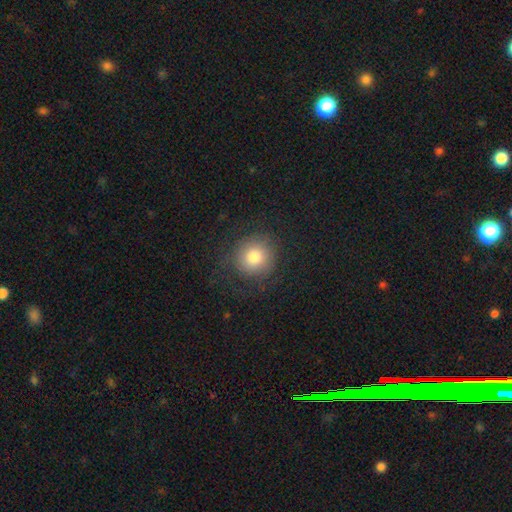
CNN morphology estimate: smooth_or_featured: smooth (p=0.79) [alt: featured or disk p=0.10]
how_rounded: round (p=0.90) [alt: in between p=0.09]
merging: none (p=0.79) [alt: minor disturbance p=0.12]